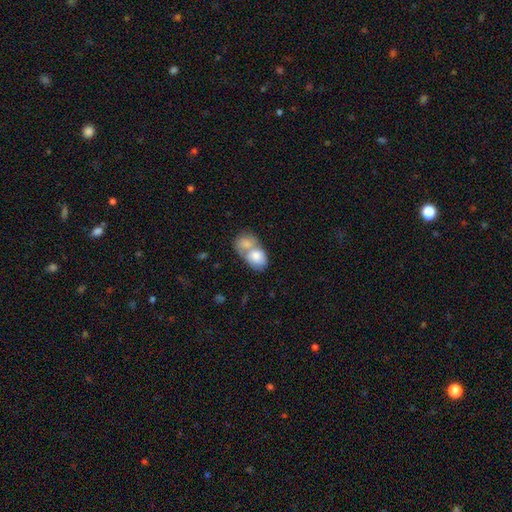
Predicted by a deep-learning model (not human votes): A smooth galaxy with no disk features (77%) that is in between round and cigar-shaped (73%).

Vote fractions:
- Smooth or featured? smooth: 77% / featured or disk: 17% / star or artifact: 6%
- How rounded? in between: 73% / round: 26% / cigar-shaped: 1%
- Merging? merger: 75% / none: 14% / minor disturbance: 7% / major disturbance: 4%